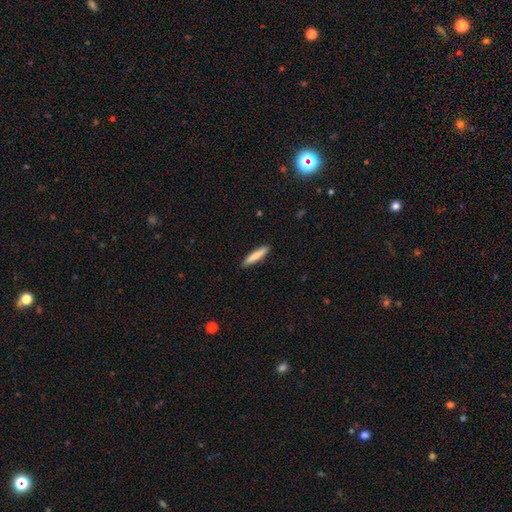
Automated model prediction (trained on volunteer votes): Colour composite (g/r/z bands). It shows a smooth galaxy with no disk features (82%) that is cigar-shaped (88%). Merging: none (90%).